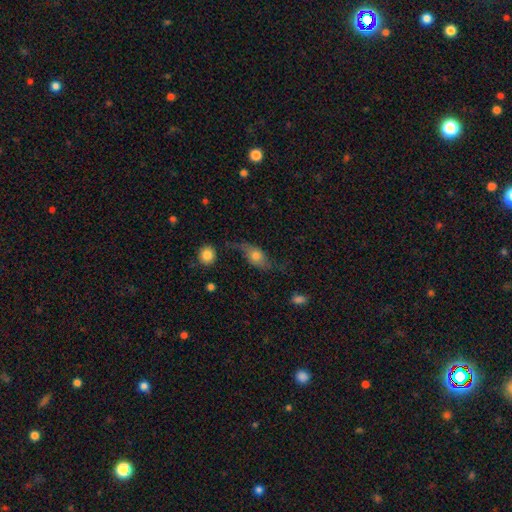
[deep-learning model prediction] Morphology: type=featured or disk (52%); edge-on=no (78%); merging=none (52%).